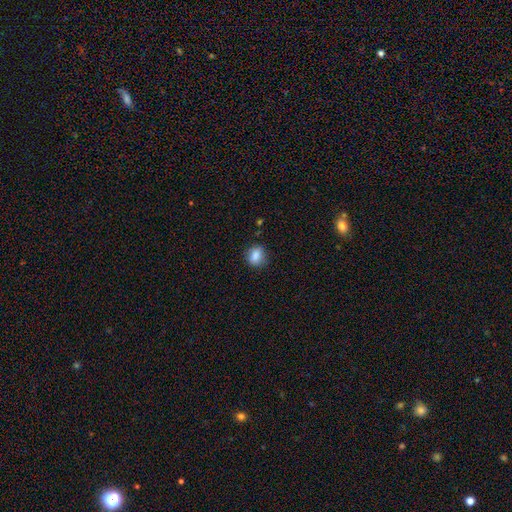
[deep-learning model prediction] smooth_or_featured: smooth (p=0.85) [alt: star or artifact p=0.09]
how_rounded: round (p=0.55) [alt: in between p=0.44]
merging: none (p=0.81) [alt: minor disturbance p=0.15]